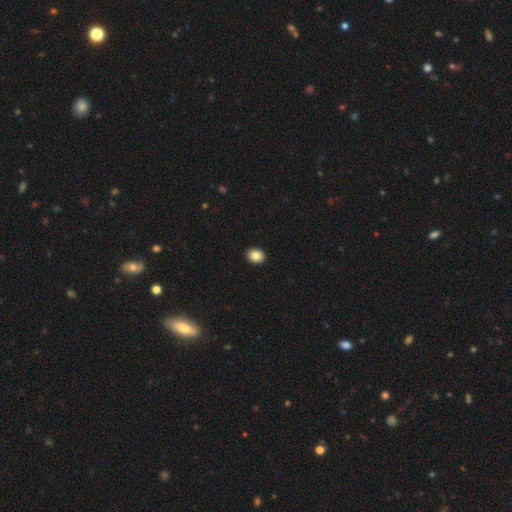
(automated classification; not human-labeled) Smooth or featured?
  - smooth: 86% *
  - star or artifact: 9%
  - featured or disk: 6%
How rounded?
  - in between: 53% *
  - round: 46%
  - cigar-shaped: 1%
Merging?
  - none: 92% *
  - minor disturbance: 5%
  - major disturbance: 1%
  - merger: 1%